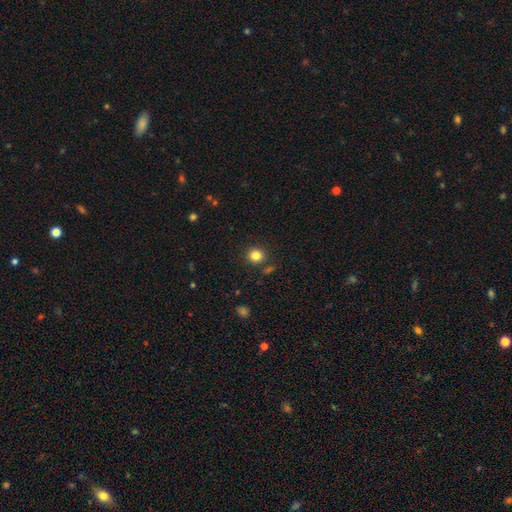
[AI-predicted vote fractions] Smooth or featured? Predicted: smooth (p=0.83). How rounded? Predicted: round (p=0.91). Merging? Predicted: none (p=0.87).